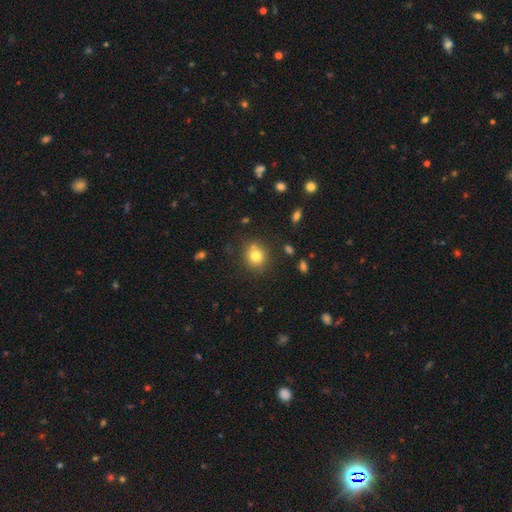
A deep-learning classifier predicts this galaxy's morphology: smooth-or-featured: smooth: 78% | star or artifact: 12% | featured or disk: 9%
  how-rounded: round: 83% | in between: 16% | cigar-shaped: 1%
  merging: none: 77% | minor disturbance: 12% | merger: 8% | major disturbance: 4%